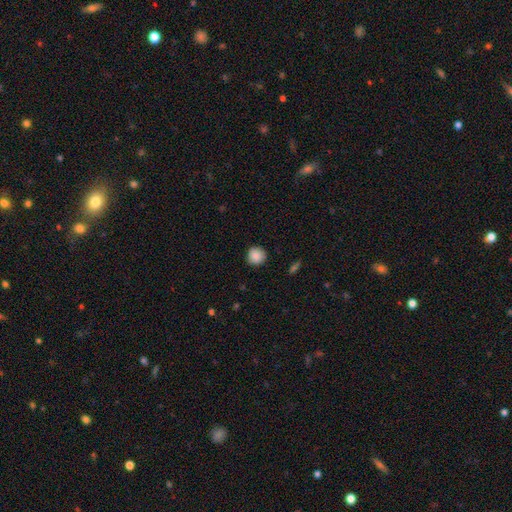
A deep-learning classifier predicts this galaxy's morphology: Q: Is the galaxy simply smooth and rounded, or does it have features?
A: smooth — 88%.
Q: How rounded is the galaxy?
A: round — 94%.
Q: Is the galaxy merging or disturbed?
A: none — 90%.